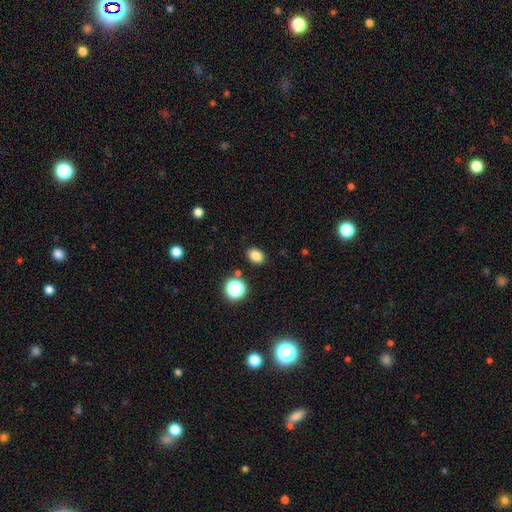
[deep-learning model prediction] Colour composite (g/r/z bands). It shows a smooth galaxy with no disk features (82%) that is in between round and cigar-shaped (67%). Merging: none (87%).